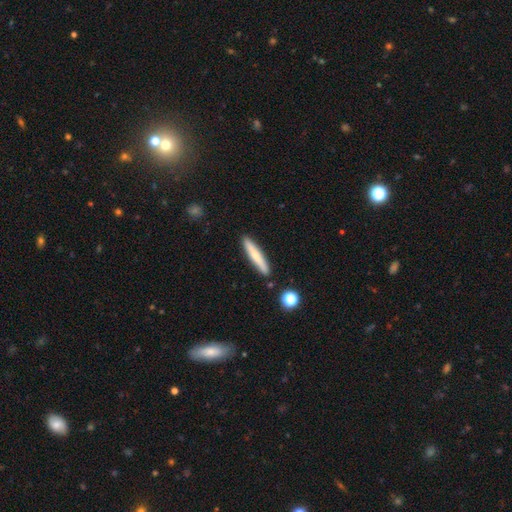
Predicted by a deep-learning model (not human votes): smooth-or-featured: smooth: 66% | featured or disk: 28% | star or artifact: 6%
  how-rounded: cigar-shaped: 93% | in between: 6% | round: 1%
  merging: none: 89% | minor disturbance: 8% | merger: 2% | major disturbance: 2%